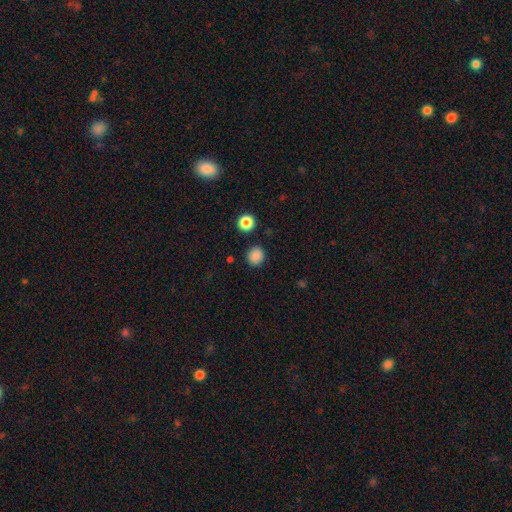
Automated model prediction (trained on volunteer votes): A smooth galaxy with no disk features (86%) that is round (88%).

Vote fractions:
- Smooth or featured? smooth: 86% / star or artifact: 11% / featured or disk: 3%
- How rounded? round: 88% / in between: 11% / cigar-shaped: 1%
- Merging? none: 88% / minor disturbance: 7% / major disturbance: 2% / merger: 2%